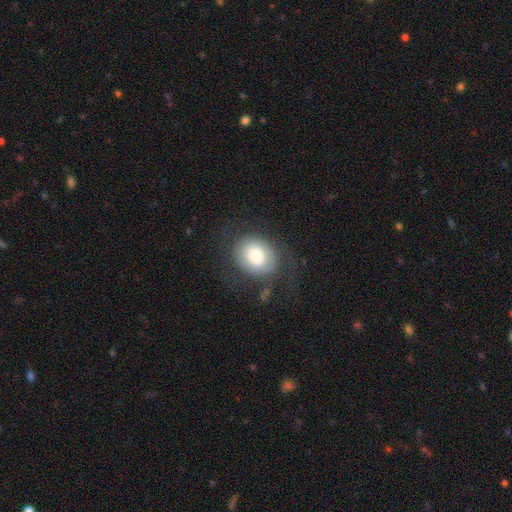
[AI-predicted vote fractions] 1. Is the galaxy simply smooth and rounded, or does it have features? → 55% smooth, 36% featured or disk, 9% star or artifact.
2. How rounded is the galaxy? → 54% round, 45% in between, 1% cigar-shaped.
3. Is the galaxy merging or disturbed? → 64% none, 17% minor disturbance, 17% major disturbance, 2% merger.